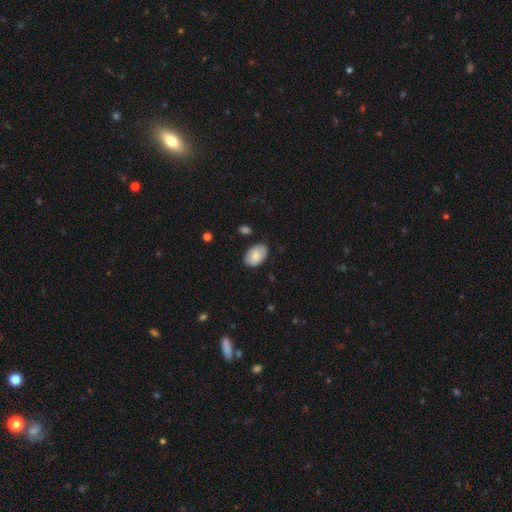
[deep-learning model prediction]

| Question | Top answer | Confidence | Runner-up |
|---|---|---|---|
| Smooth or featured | smooth | 84% | featured or disk (10%) |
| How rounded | in between | 93% | round (6%) |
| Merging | none | 80% | minor disturbance (15%) |